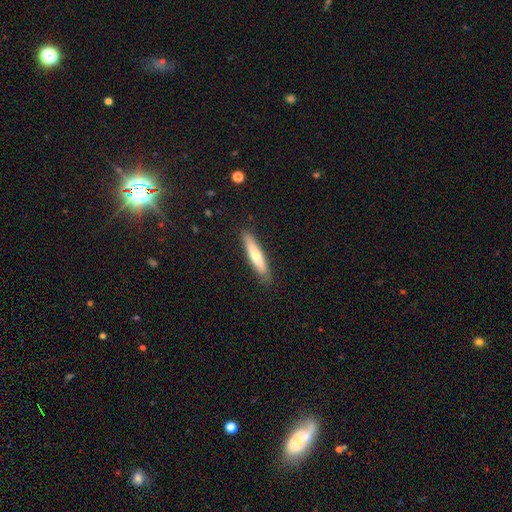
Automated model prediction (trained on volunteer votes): Smooth or featured: smooth — 59% (featured or disk — 35%)
How rounded: cigar-shaped — 88% (in between — 11%)
Merging: none — 89% (minor disturbance — 9%)